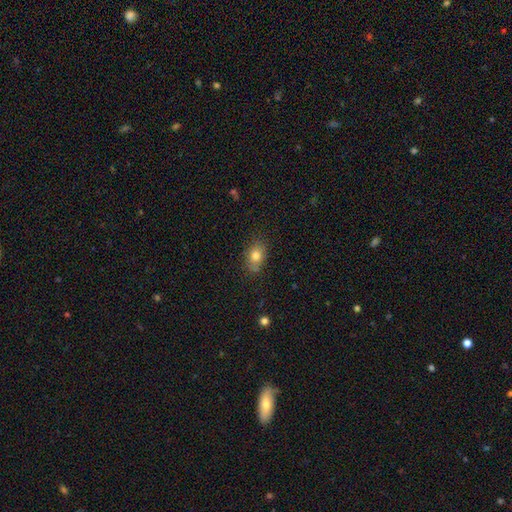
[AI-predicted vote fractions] smooth 78%, featured or disk 12%, star or artifact 10%. Down the decision tree: how rounded — in between (75%); merging — none (75%).